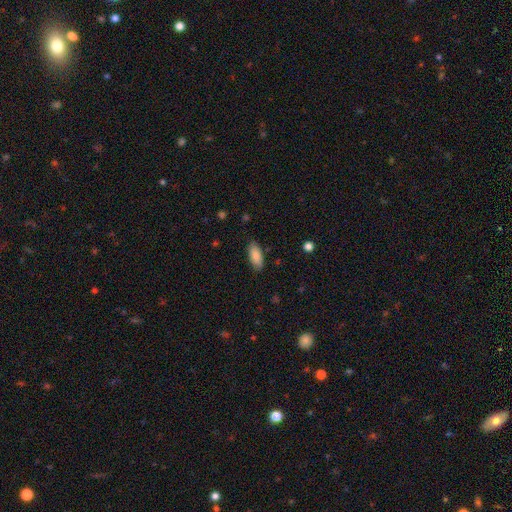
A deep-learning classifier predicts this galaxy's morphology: Smooth or featured: smooth — 85% (featured or disk — 8%)
How rounded: in between — 86% (cigar-shaped — 12%)
Merging: none — 85% (minor disturbance — 12%)